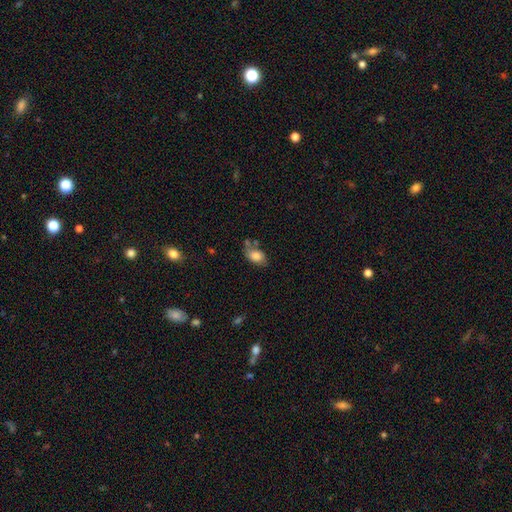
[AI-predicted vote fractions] A smooth galaxy with no disk features (79%) that is in between round and cigar-shaped (87%). Merging: none (52%).